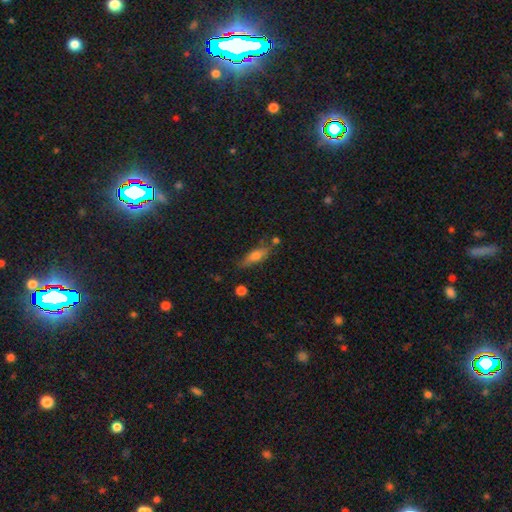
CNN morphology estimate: smooth_or_featured: smooth (p=0.62) [alt: featured or disk p=0.30]
how_rounded: in between (p=0.50) [alt: cigar-shaped p=0.47]
merging: none (p=0.69) [alt: minor disturbance p=0.19]